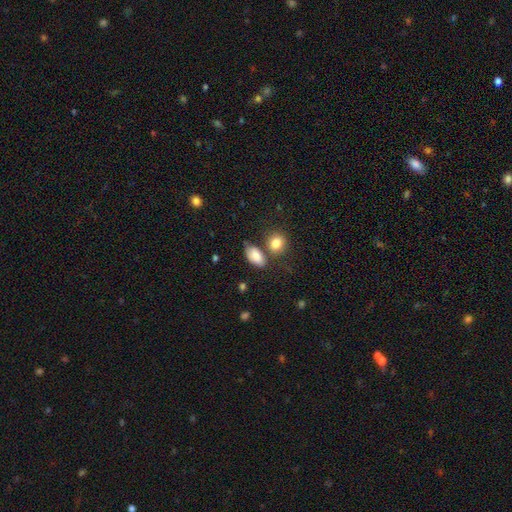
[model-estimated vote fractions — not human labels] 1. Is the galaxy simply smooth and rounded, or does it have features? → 84% smooth, 8% featured or disk, 7% star or artifact.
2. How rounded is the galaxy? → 91% in between, 7% round, 3% cigar-shaped.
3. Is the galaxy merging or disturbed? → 57% none, 21% minor disturbance, 16% merger, 6% major disturbance.